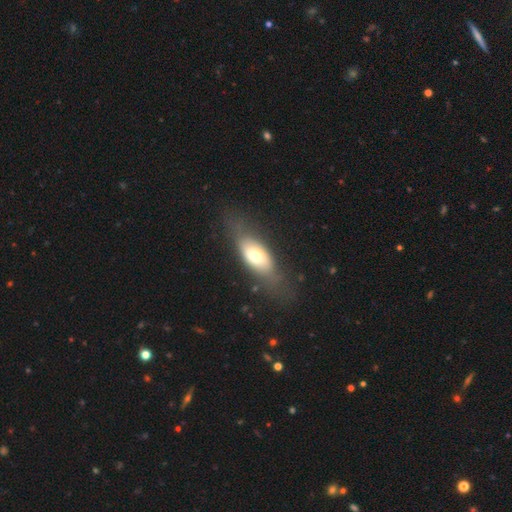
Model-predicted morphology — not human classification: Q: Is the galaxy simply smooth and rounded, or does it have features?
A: smooth — 58%.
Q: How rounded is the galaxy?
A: in between — 77%.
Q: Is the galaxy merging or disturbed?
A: none — 62%.